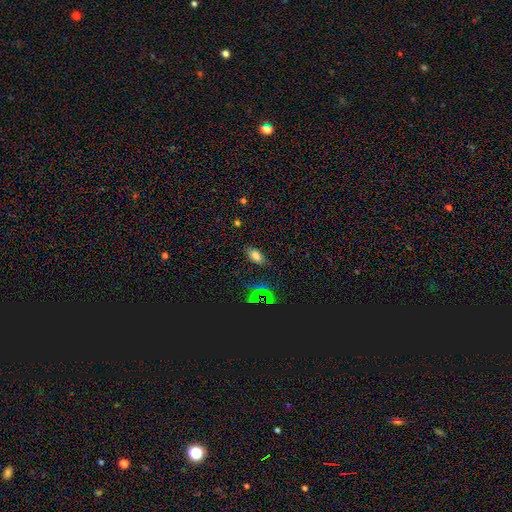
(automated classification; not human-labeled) This is likely a smooth galaxy (72%). How rounded: clearly in between (90%). Merging: clearly none (83%).